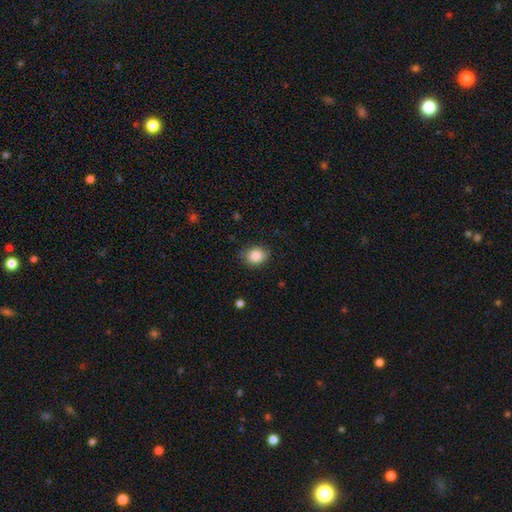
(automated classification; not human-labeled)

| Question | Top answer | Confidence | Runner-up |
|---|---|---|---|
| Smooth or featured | smooth | 86% | star or artifact (8%) |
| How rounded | round | 53% | in between (46%) |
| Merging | none | 79% | minor disturbance (17%) |